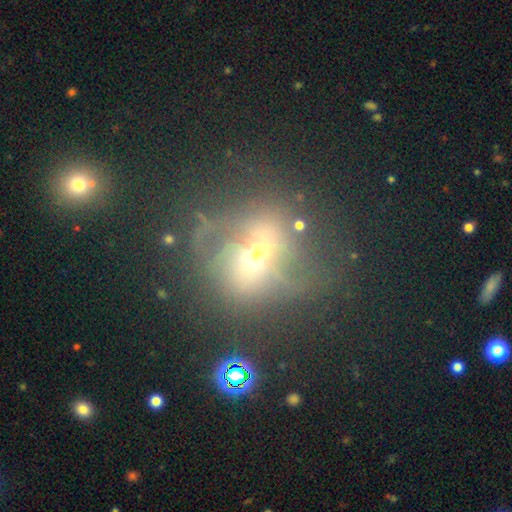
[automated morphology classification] type=featured or disk (45%); merging=none (50%).